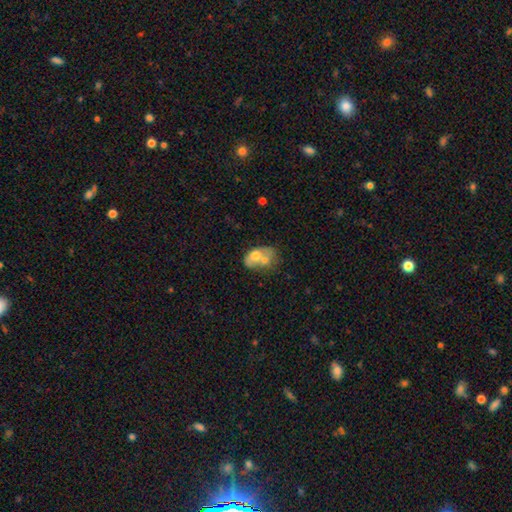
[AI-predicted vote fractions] Smooth or featured? Predicted: smooth (p=0.55). How rounded? Predicted: in between (p=0.74). Merging? Predicted: merger (p=0.62).